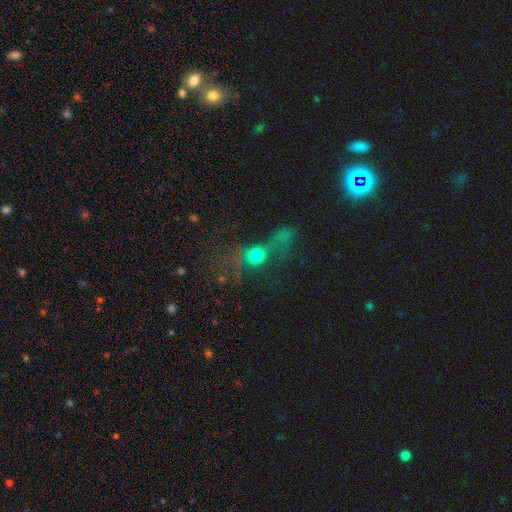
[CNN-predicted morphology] This is possibly a smooth galaxy (51%). How rounded: possibly round (57%). Merging: marginally major disturbance (44%).